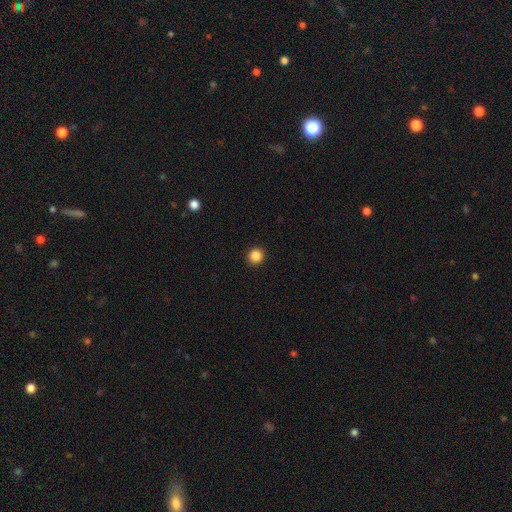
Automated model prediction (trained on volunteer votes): This is clearly a smooth galaxy (86%). How rounded: clearly round (93%). Merging: clearly none (94%).